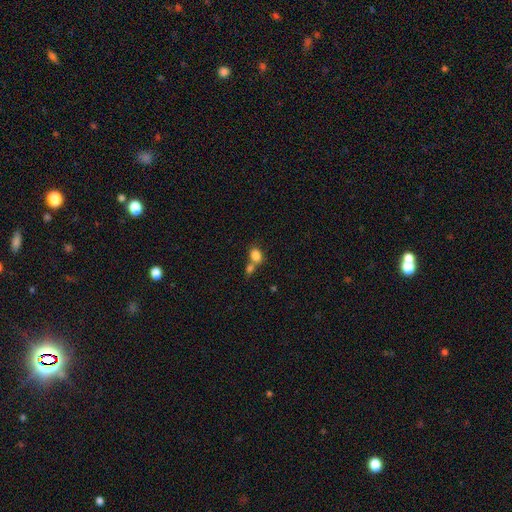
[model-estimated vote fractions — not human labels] Morphology: type=smooth (83%); roundness=in between (74%); merging=merger (51%).